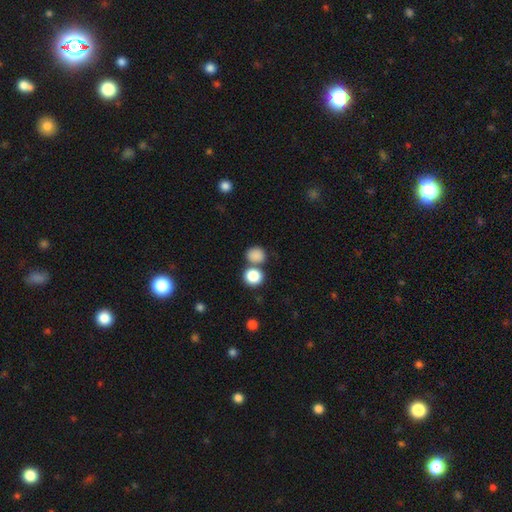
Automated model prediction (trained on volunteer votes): The model was most divided on "merging": none: 58%, merger: 28%, minor disturbance: 9%, major disturbance: 4%. More confident: smooth or featured — smooth (84%); how rounded — round (71%).